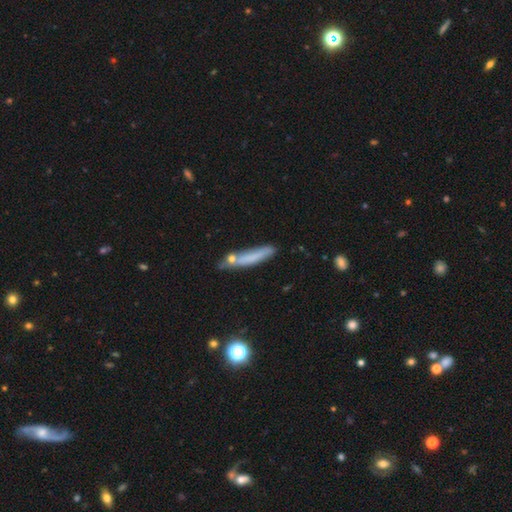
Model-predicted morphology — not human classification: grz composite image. It shows a smooth galaxy with no disk features (70%) that is cigar-shaped (87%). Merging: none (56%).